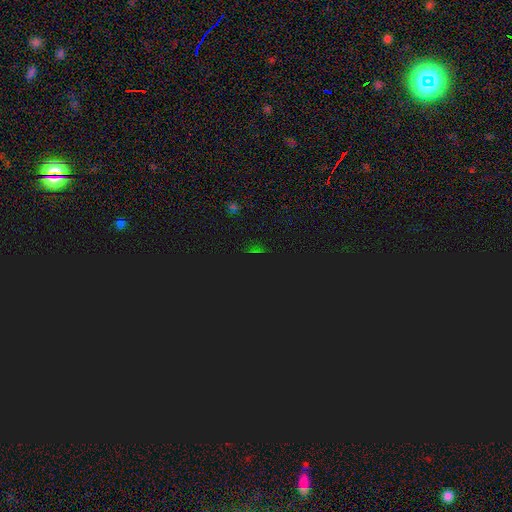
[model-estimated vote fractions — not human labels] Smooth or featured? Predicted: star or artifact (p=0.78).